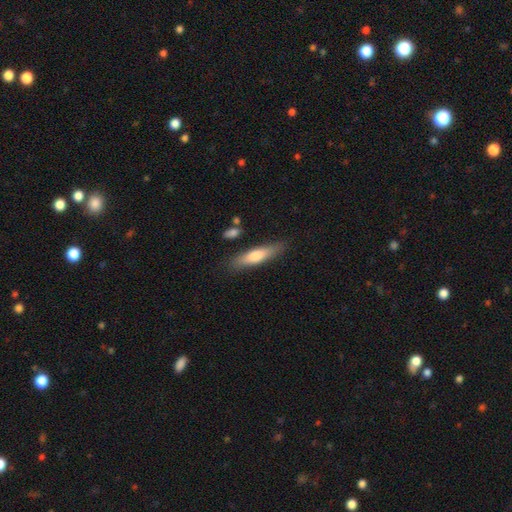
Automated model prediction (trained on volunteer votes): smooth-or-featured: smooth: 66% | featured or disk: 29% | star or artifact: 6%
  how-rounded: cigar-shaped: 77% | in between: 21% | round: 2%
  merging: none: 82% | minor disturbance: 12% | merger: 3% | major disturbance: 3%